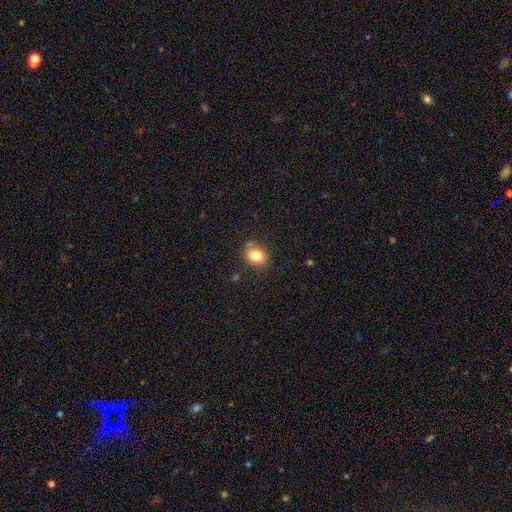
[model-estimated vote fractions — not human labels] A smooth galaxy with no disk features (80%) that is in between round and cigar-shaped (53%).

Vote fractions:
- Smooth or featured? smooth: 80% / star or artifact: 10% / featured or disk: 9%
- How rounded? in between: 53% / round: 46% / cigar-shaped: 1%
- Merging? none: 75% / minor disturbance: 16% / merger: 5% / major disturbance: 4%